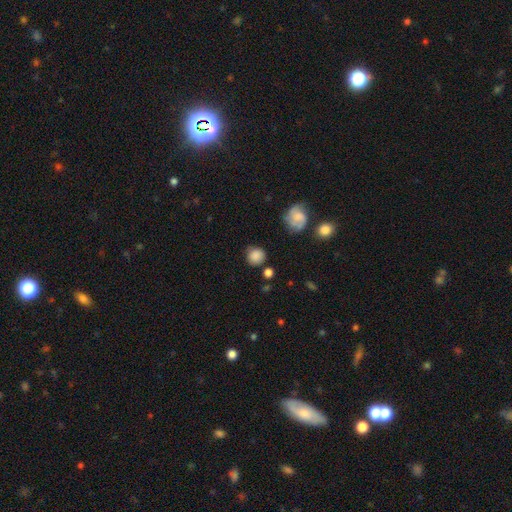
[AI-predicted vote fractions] Smooth or featured? Predicted: smooth (p=0.84). How rounded? Predicted: round (p=0.86). Merging? Predicted: none (p=0.72).